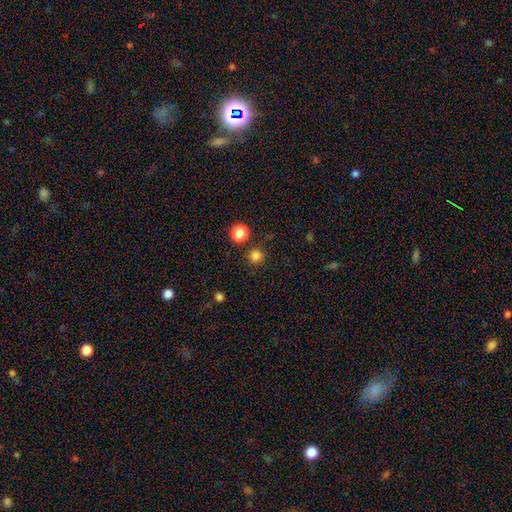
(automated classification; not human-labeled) Smooth or featured?
  - smooth: 81% *
  - star or artifact: 15%
  - featured or disk: 3%
How rounded?
  - round: 95% *
  - in between: 4%
  - cigar-shaped: 1%
Merging?
  - none: 88% *
  - minor disturbance: 6%
  - merger: 4%
  - major disturbance: 2%